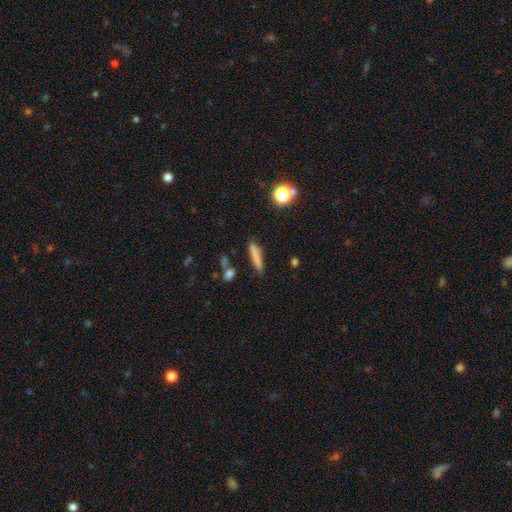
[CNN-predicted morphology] Smooth or featured? smooth (77%)
How rounded? cigar-shaped (84%)
Merging? none (78%)